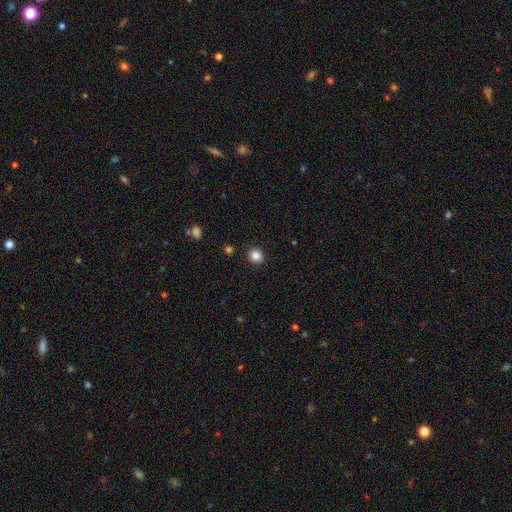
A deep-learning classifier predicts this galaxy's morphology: Smooth or featured? smooth (84%)
How rounded? round (88%)
Merging? none (92%)